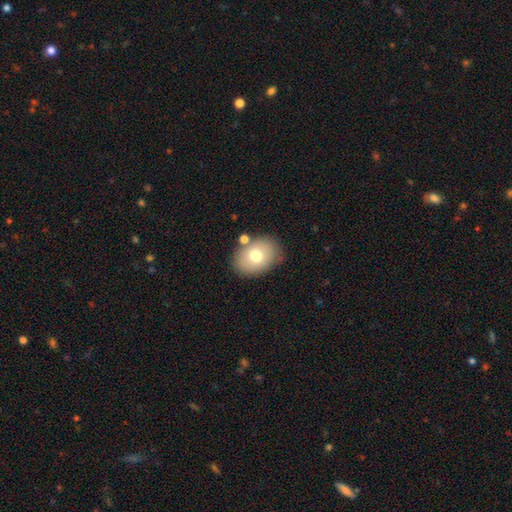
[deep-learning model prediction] smooth 73%, featured or disk 18%, star or artifact 8%. Down the decision tree: how rounded — in between (75%); merging — none (76%).